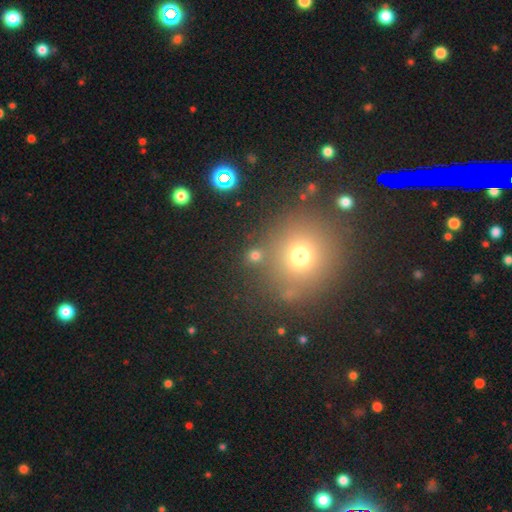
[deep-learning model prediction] A smooth galaxy with no disk features (64%) that is round (88%). Merging: none (80%).